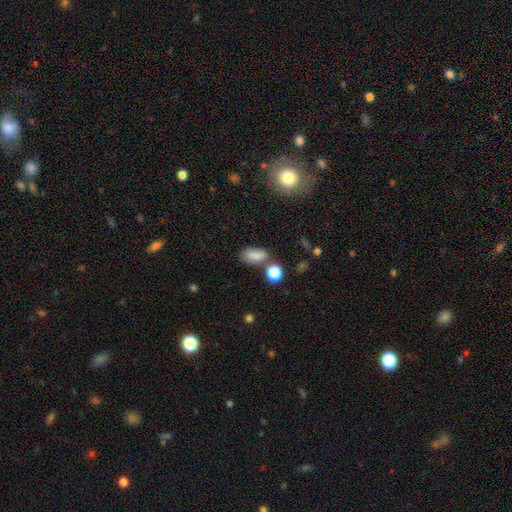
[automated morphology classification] type=smooth (81%); roundness=in between (89%); merging=none (60%).